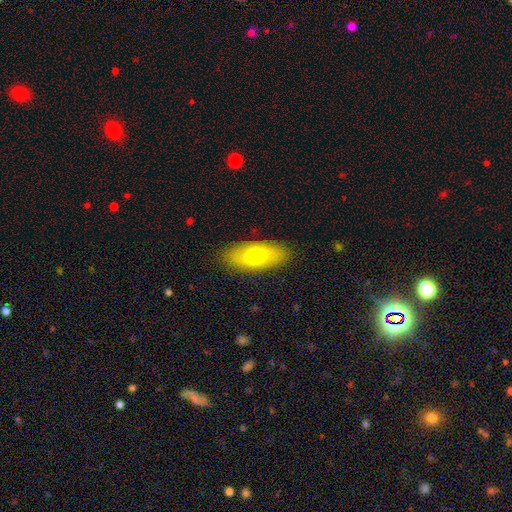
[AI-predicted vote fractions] Smooth or featured? Predicted: smooth (p=0.70). How rounded? Predicted: in between (p=0.86). Merging? Predicted: none (p=0.87).